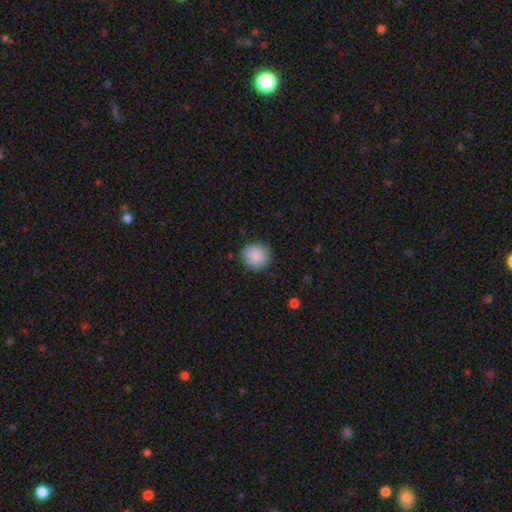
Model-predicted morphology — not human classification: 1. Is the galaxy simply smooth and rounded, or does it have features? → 89% smooth, 7% star or artifact, 4% featured or disk.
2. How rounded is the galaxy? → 89% round, 10% in between, 1% cigar-shaped.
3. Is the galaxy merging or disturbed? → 86% none, 10% minor disturbance, 3% major disturbance, 1% merger.